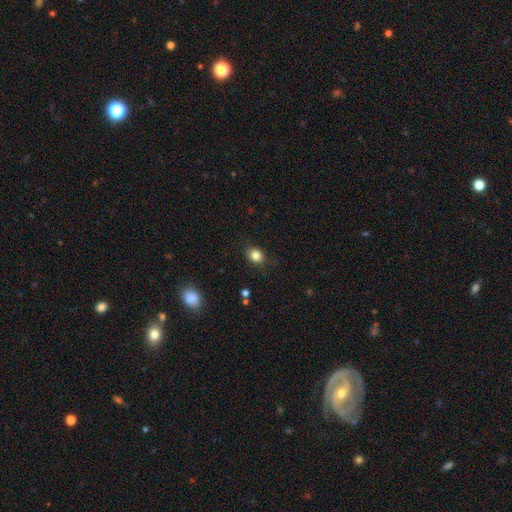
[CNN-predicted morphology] Smooth or featured? smooth (83%)
How rounded? round (58%)
Merging? none (82%)